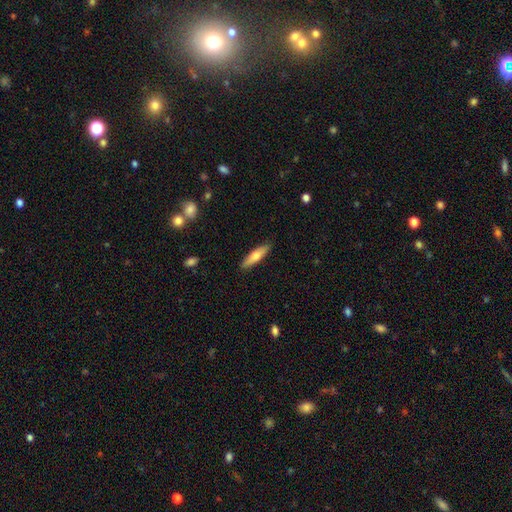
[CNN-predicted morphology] A smooth galaxy with no disk features (65%) that is cigar-shaped (72%). Merging: none (89%).